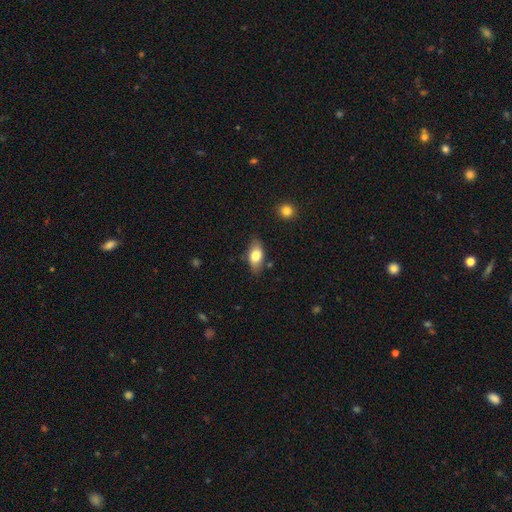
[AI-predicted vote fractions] Smooth or featured? smooth (76%)
How rounded? in between (89%)
Merging? none (79%)